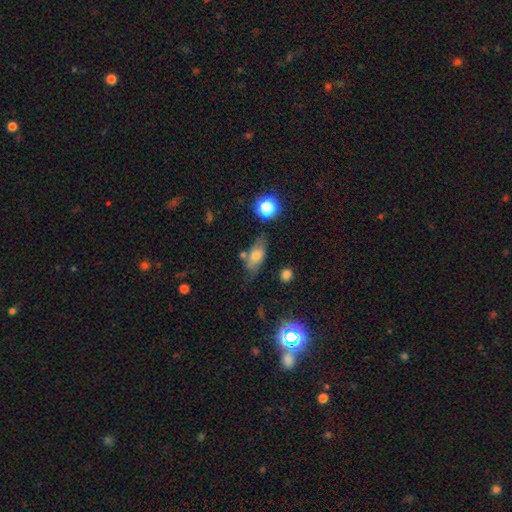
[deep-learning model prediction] The model was most divided on "merging": none: 63%, minor disturbance: 22%, merger: 9%, major disturbance: 7%. More confident: how rounded — in between (78%); smooth or featured — smooth (68%).